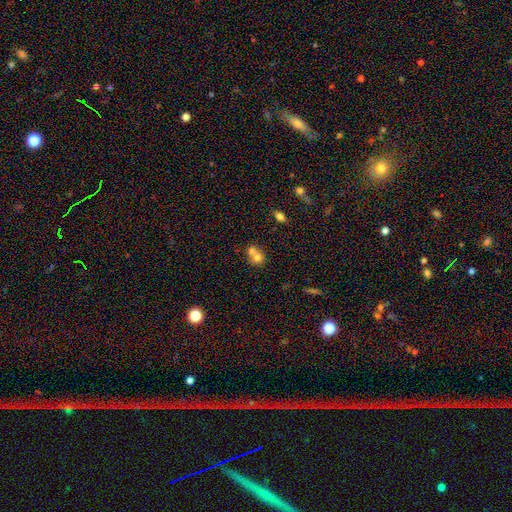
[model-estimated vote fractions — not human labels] Morphology: type=smooth (71%); roundness=round (74%); merging=merger (65%).